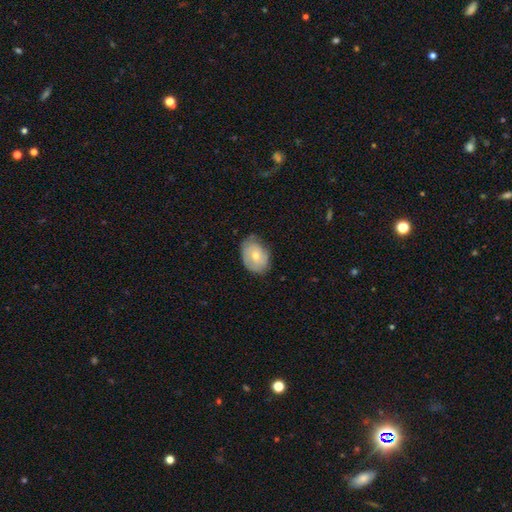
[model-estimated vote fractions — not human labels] A smooth galaxy with no disk features (64%) that is in between round and cigar-shaped (72%). Merging: none (64%).